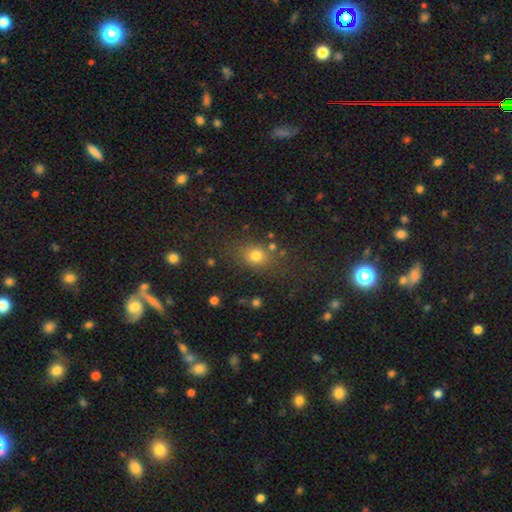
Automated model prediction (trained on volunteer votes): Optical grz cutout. It shows a smooth galaxy with no disk features (73%) that is round (58%). Merging: none (73%).